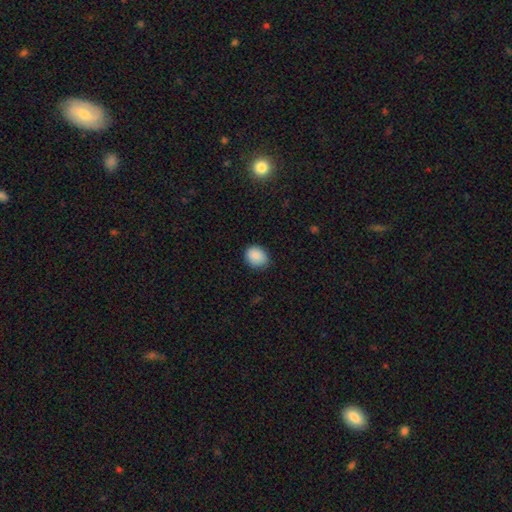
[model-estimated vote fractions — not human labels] smooth 89%, star or artifact 8%, featured or disk 3%. Down the decision tree: how rounded — round (60%); merging — none (82%).